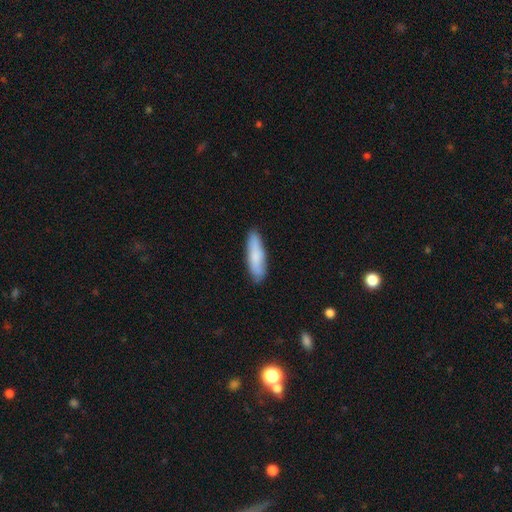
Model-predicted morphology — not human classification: Q: Smooth or featured?
A: smooth (81%); runner-up: featured or disk (13%)
Q: How rounded?
A: cigar-shaped (64%); runner-up: in between (35%)
Q: Merging?
A: none (85%); runner-up: minor disturbance (12%)